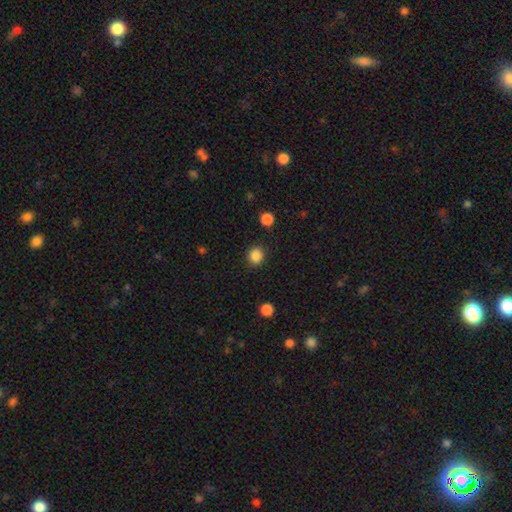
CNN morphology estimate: This is clearly a smooth galaxy (86%). How rounded: clearly round (81%). Merging: clearly none (89%).